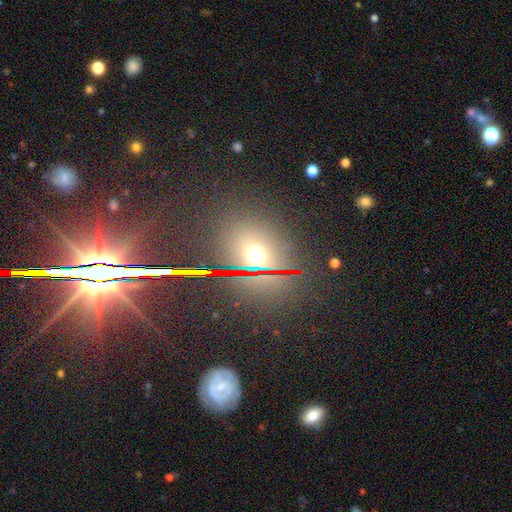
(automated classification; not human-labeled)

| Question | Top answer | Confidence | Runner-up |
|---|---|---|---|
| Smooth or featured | smooth | 52% | star or artifact (37%) |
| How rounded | round | 59% | in between (38%) |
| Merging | none | 81% | minor disturbance (10%) |